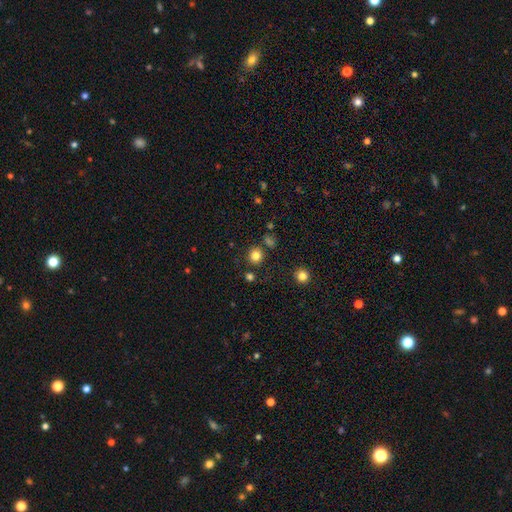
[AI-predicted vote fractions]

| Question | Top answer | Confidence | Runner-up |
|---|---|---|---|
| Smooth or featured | smooth | 81% | star or artifact (14%) |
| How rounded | round | 90% | in between (9%) |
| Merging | none | 84% | minor disturbance (8%) |